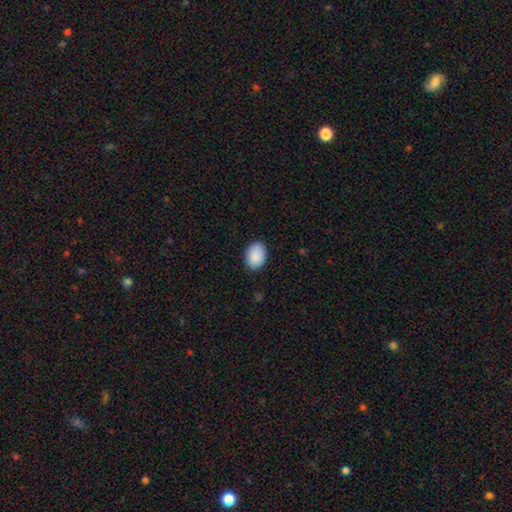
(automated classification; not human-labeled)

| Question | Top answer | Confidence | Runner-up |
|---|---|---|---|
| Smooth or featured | smooth | 90% | star or artifact (6%) |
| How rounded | in between | 77% | round (22%) |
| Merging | none | 87% | minor disturbance (10%) |